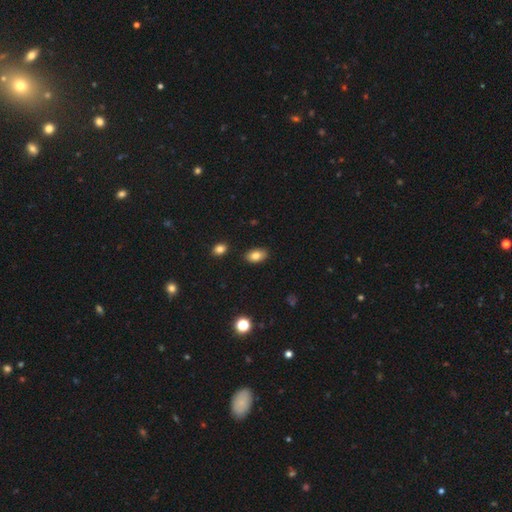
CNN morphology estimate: Overall: smooth (83%). How rounded: in between (91%). Merging: none (88%).